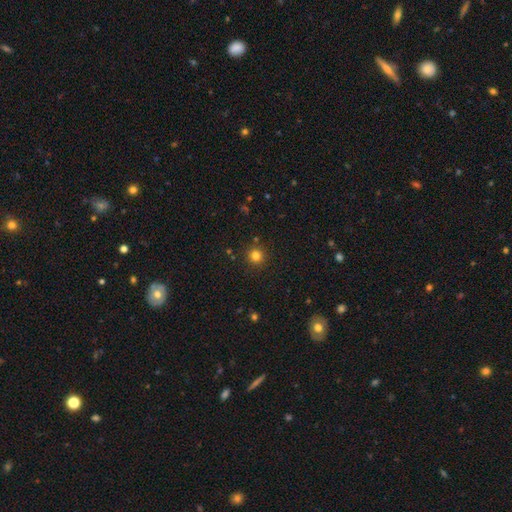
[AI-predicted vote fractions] Smooth or featured? smooth (80%)
How rounded? round (94%)
Merging? none (89%)